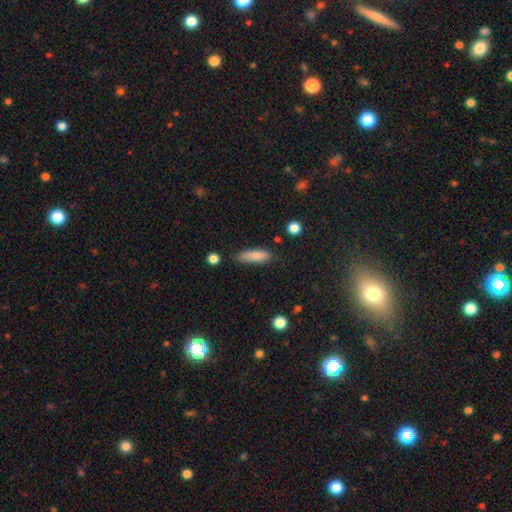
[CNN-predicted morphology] Smooth or featured? smooth (82%)
How rounded? cigar-shaped (56%)
Merging? none (74%)